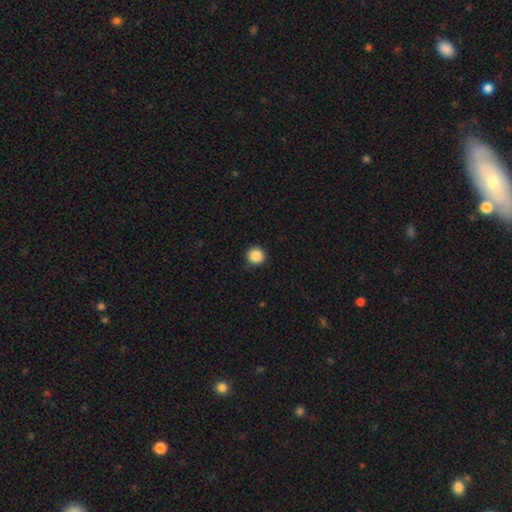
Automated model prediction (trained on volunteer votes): The model was most divided on "smooth or featured": smooth: 87%, star or artifact: 10%, featured or disk: 3%. More confident: how rounded — round (96%); merging — none (91%).